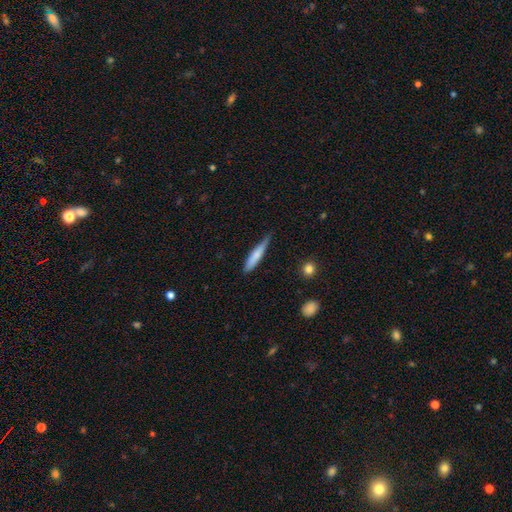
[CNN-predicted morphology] This appears to be a smooth galaxy with no disk features (72%) that is cigar-shaped (88%). Merging: none (65%).